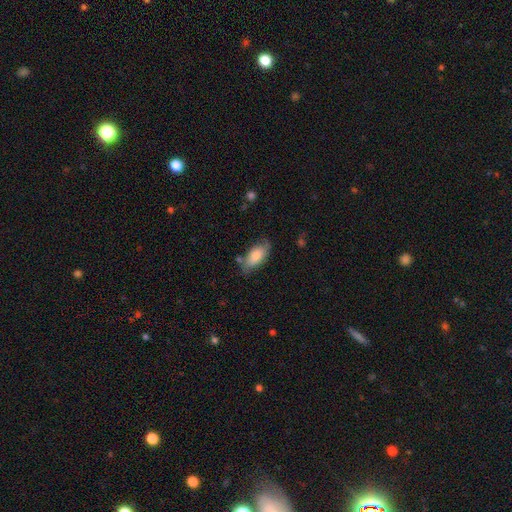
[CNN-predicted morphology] This appears to be a smooth galaxy with no disk features (78%) that is in between round and cigar-shaped (88%). Merging: none (68%).